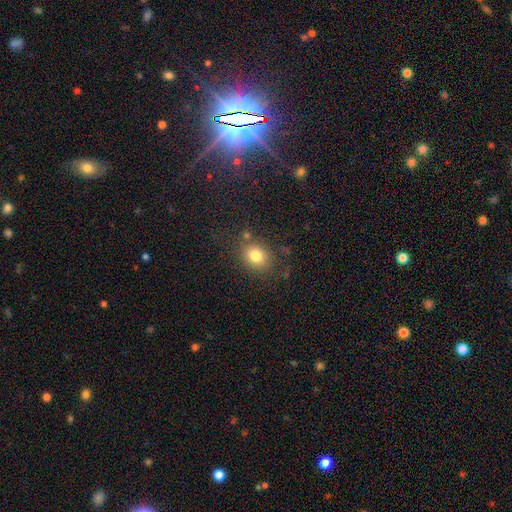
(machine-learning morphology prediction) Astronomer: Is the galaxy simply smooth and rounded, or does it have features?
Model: smooth — 79%.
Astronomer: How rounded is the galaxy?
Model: round — 53% (runner-up: in between, 46%).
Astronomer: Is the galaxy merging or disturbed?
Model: none — 76%.